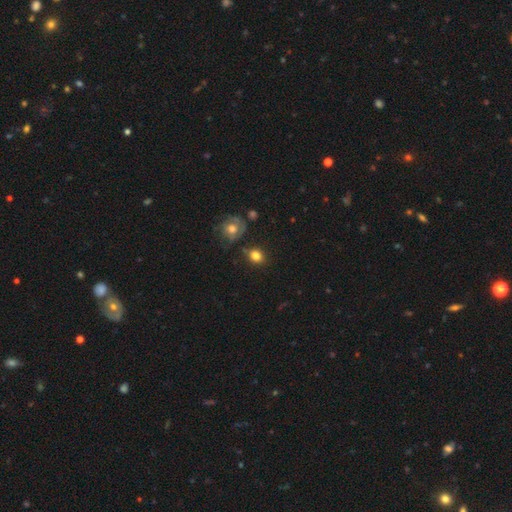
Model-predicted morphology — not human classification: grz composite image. It shows a smooth galaxy with no disk features (81%) that is round (61%). Merging: none (77%).